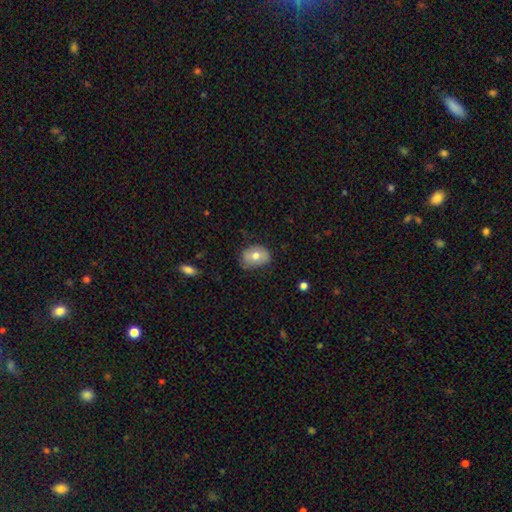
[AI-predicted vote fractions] Smooth or featured?
  - smooth: 70% *
  - featured or disk: 22%
  - star or artifact: 8%
How rounded?
  - in between: 69% *
  - round: 30%
  - cigar-shaped: 1%
Merging?
  - none: 65% *
  - minor disturbance: 28%
  - major disturbance: 6%
  - merger: 1%